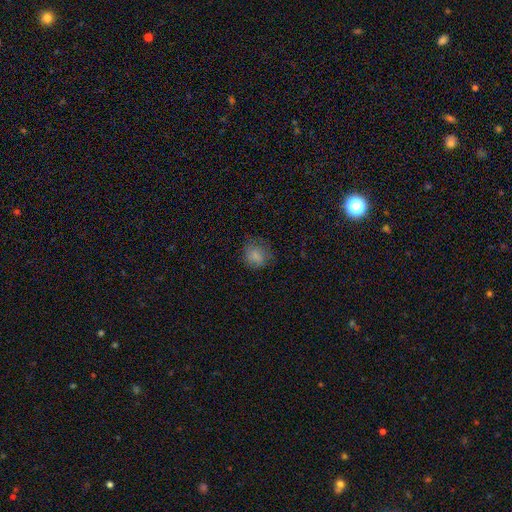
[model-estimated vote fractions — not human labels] This appears to be a smooth galaxy with no disk features (78%) that is round (69%). Merging: none (68%).